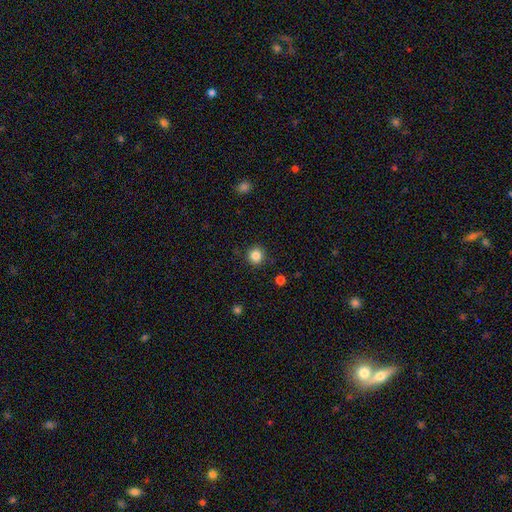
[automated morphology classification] Q: Smooth or featured?
A: smooth (85%); runner-up: star or artifact (11%)
Q: How rounded?
A: round (92%); runner-up: in between (7%)
Q: Merging?
A: none (90%); runner-up: minor disturbance (6%)